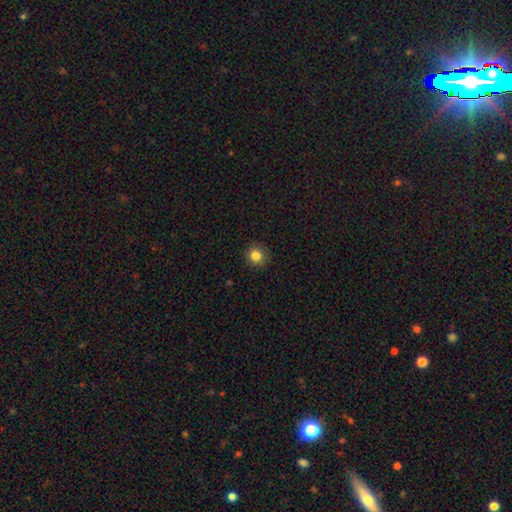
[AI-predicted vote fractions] Morphology: type=smooth (84%); roundness=round (89%); merging=none (90%).